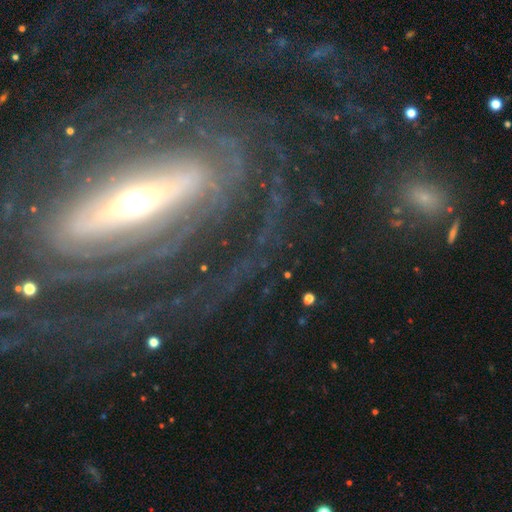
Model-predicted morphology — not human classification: This is clearly a featured or disk galaxy (86%). It is clearly not viewed edge-on (81%). Bar: likely strong (61%). Spiral arm pattern: clearly yes (84%). Spiral arm count: marginally 2 (36%). Spiral winding: possibly tight (56%). Central bulge: possibly moderate (54%). Merging: likely none (66%).